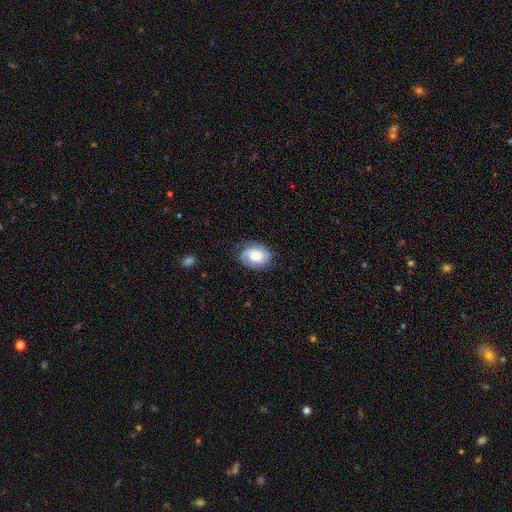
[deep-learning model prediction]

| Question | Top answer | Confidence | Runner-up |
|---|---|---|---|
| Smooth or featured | smooth | 53% | featured or disk (39%) |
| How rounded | in between | 71% | round (28%) |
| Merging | none | 75% | minor disturbance (19%) |